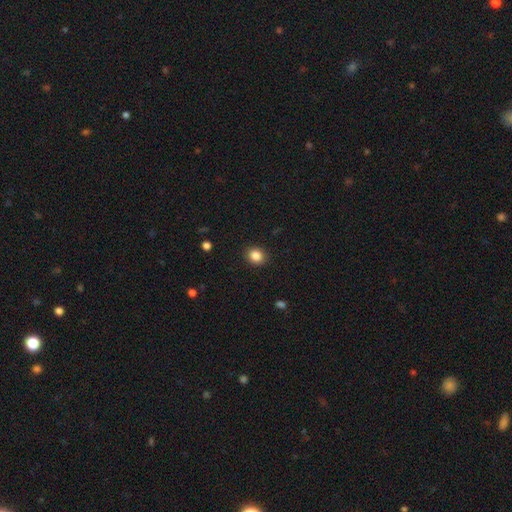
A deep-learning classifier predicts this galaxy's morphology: type=smooth (85%); roundness=round (76%); merging=none (91%).